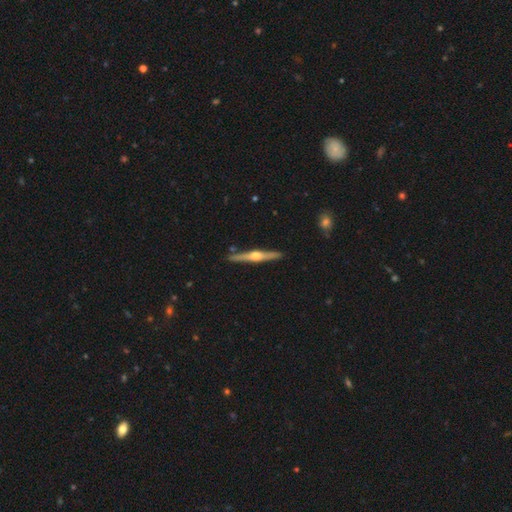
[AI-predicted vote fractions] A featured or disk galaxy (80%) viewed edge-on (98%) with a rounded central bulge (92%).

Vote fractions:
- Smooth or featured? featured or disk: 80% / smooth: 15% / star or artifact: 5%
- Edge-on disk? yes: 98% / no: 2%
- Edge-on bulge? rounded: 92% / boxy: 4% / none: 3%
- Merging? none: 90% / minor disturbance: 7% / merger: 2% / major disturbance: 1%